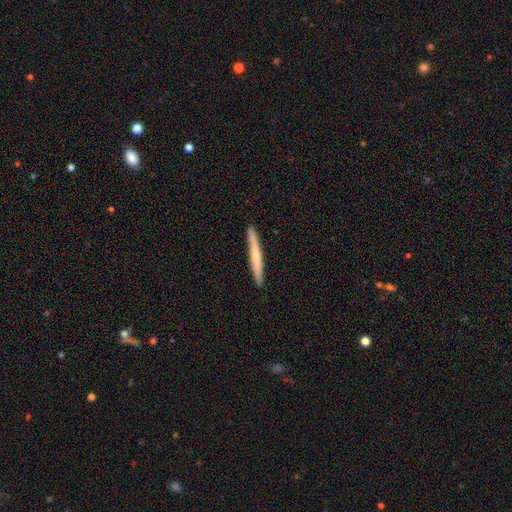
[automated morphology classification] A smooth galaxy with no disk features (60%) that is cigar-shaped (97%). Merging: none (91%).